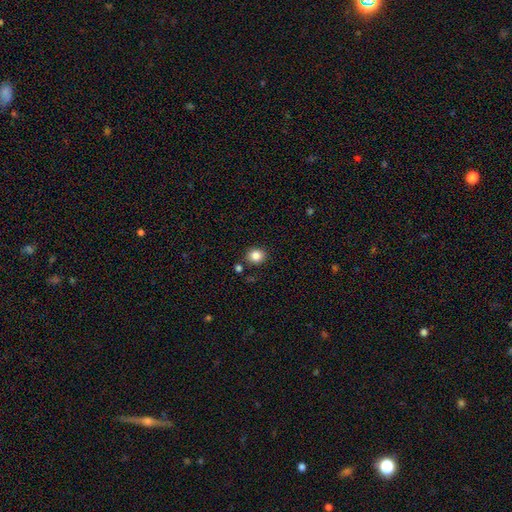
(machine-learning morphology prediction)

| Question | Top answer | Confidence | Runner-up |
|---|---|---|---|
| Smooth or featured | smooth | 84% | star or artifact (11%) |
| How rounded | round | 79% | in between (20%) |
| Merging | none | 86% | minor disturbance (8%) |